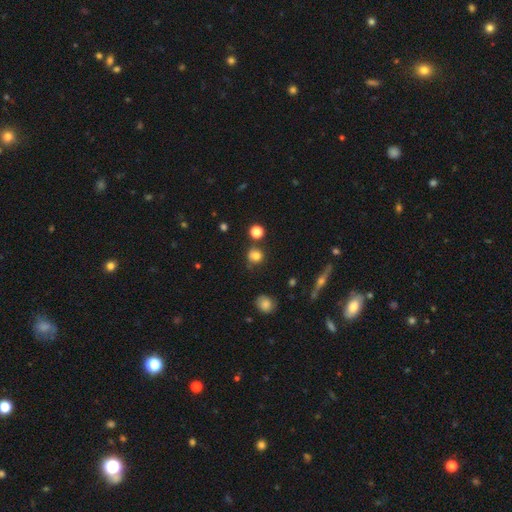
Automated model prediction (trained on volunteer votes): Smooth or featured: smooth — 76% (star or artifact — 15%)
How rounded: round — 84% (in between — 14%)
Merging: none — 66% (minor disturbance — 19%)